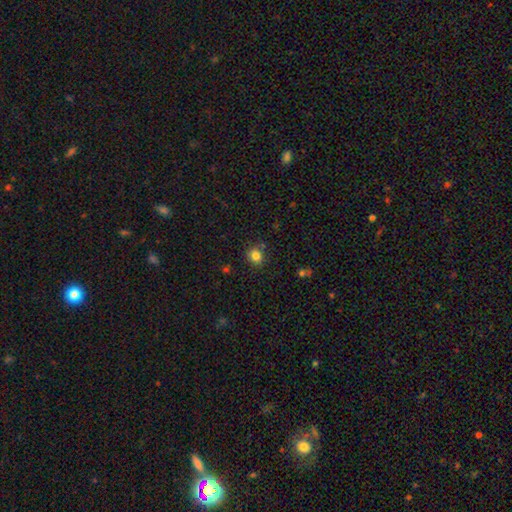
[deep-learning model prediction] A smooth galaxy with no disk features (83%) that is round (72%).

Vote fractions:
- Smooth or featured? smooth: 83% / star or artifact: 12% / featured or disk: 5%
- How rounded? round: 72% / in between: 27% / cigar-shaped: 1%
- Merging? none: 81% / minor disturbance: 11% / merger: 4% / major disturbance: 3%